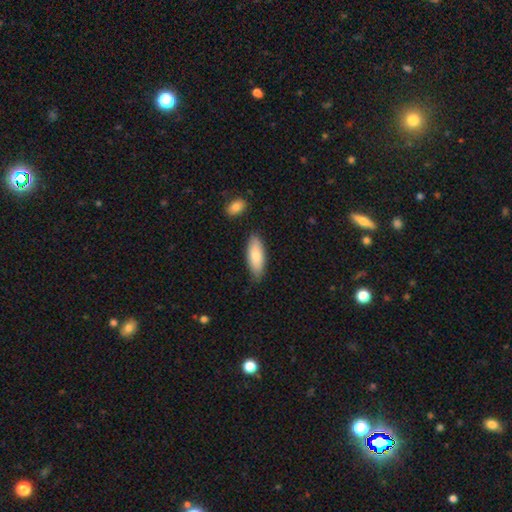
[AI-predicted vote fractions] smooth_or_featured: smooth (p=0.81) [alt: featured or disk p=0.14]
how_rounded: in between (p=0.71) [alt: cigar-shaped p=0.28]
merging: none (p=0.80) [alt: minor disturbance p=0.15]